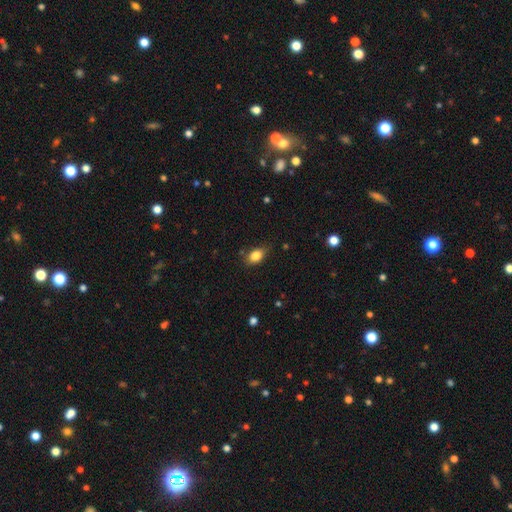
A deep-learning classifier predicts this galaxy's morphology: smooth 83%, star or artifact 9%, featured or disk 8%. Down the decision tree: how rounded — in between (81%); merging — none (74%).